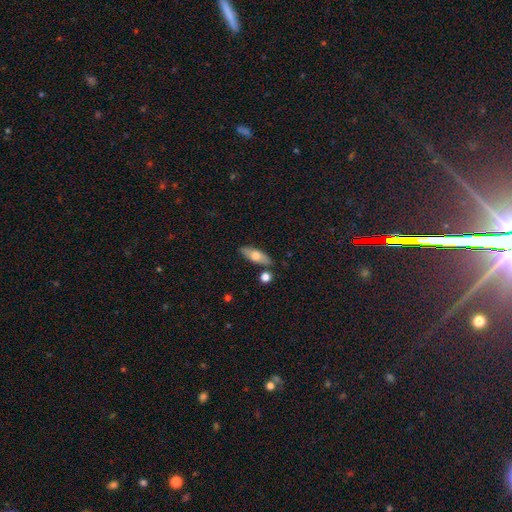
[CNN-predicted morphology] smooth 63%, featured or disk 31%, star or artifact 6%. Down the decision tree: how rounded — in between (68%); merging — none (81%).